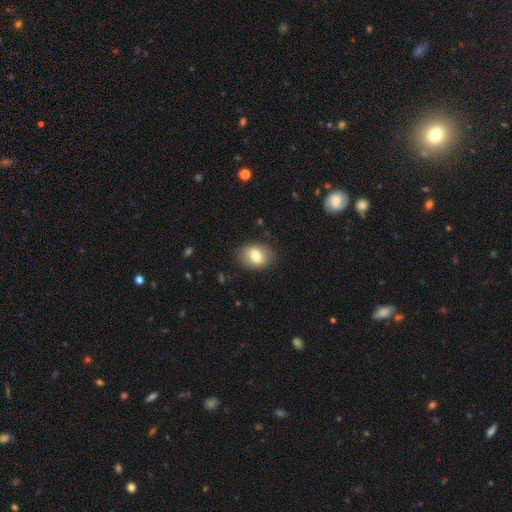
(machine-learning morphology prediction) Overall: smooth (76%). How rounded: in between (61%; round 37%). Merging: none (83%).